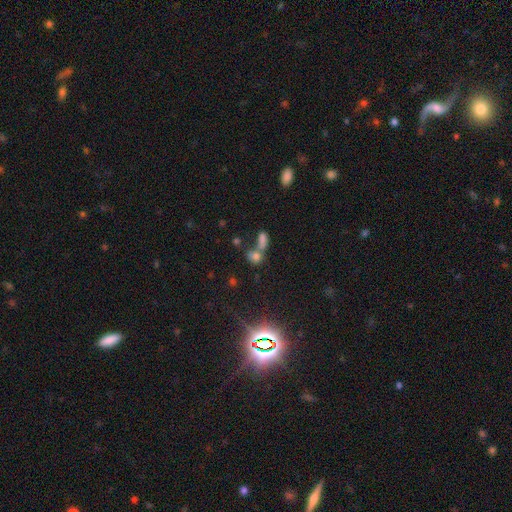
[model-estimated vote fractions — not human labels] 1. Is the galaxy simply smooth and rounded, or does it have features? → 49% star or artifact, 36% smooth, 14% featured or disk.